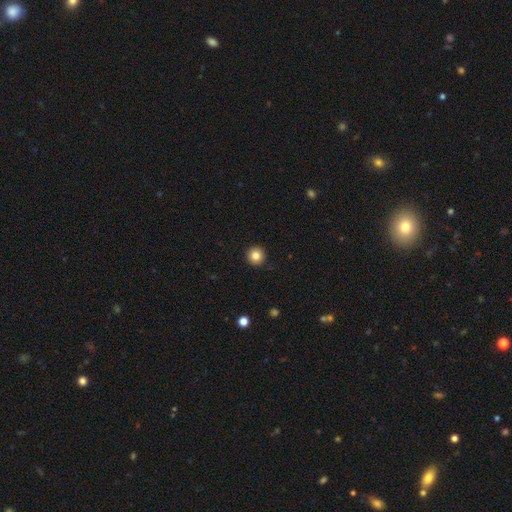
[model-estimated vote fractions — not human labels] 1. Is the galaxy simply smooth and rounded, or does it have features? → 84% smooth, 10% star or artifact, 6% featured or disk.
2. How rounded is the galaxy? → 96% round, 3% in between, 1% cigar-shaped.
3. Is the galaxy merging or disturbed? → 93% none, 4% minor disturbance, 1% major disturbance, 1% merger.